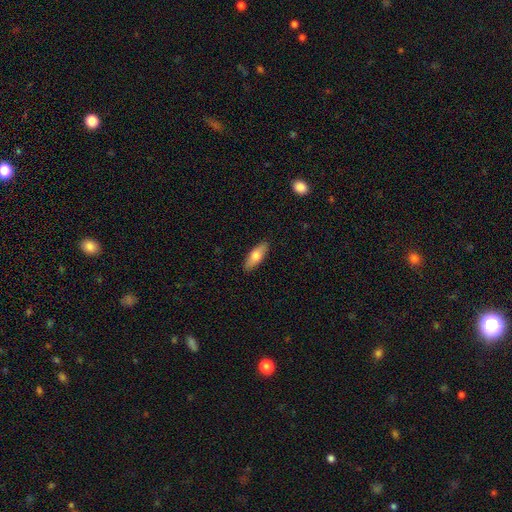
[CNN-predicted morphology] Smooth or featured? smooth (72%)
How rounded? in between (64%)
Merging? none (89%)